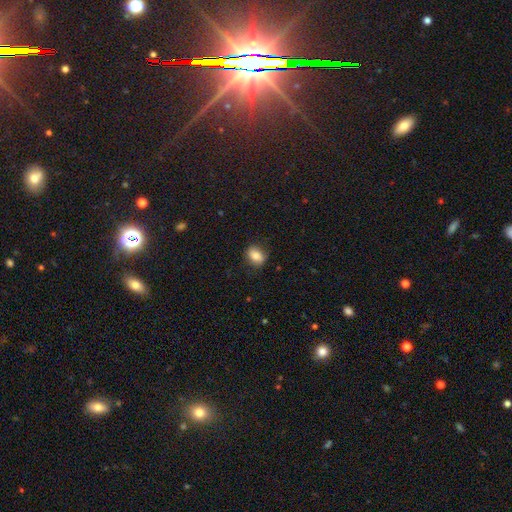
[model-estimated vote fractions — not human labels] Smooth or featured? smooth (82%)
How rounded? in between (73%)
Merging? none (80%)